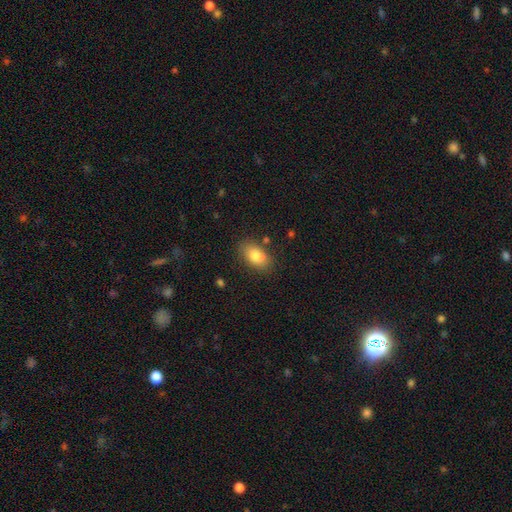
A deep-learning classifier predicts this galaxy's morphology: The model was most divided on "merging": none: 80%, minor disturbance: 14%, major disturbance: 3%, merger: 3%. More confident: how rounded — in between (89%); smooth or featured — smooth (82%).